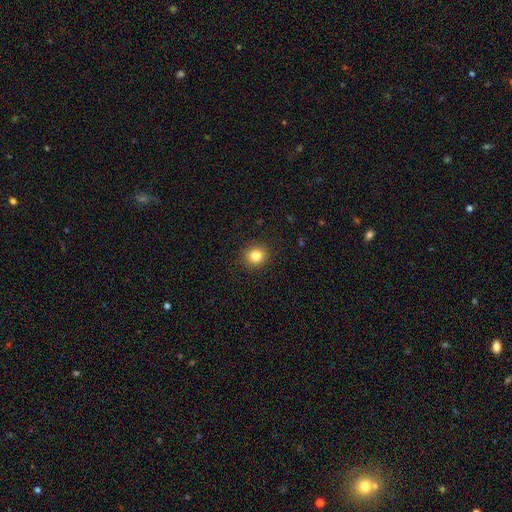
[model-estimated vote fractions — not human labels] Overall: smooth (83%). How rounded: round (85%). Merging: none (91%).